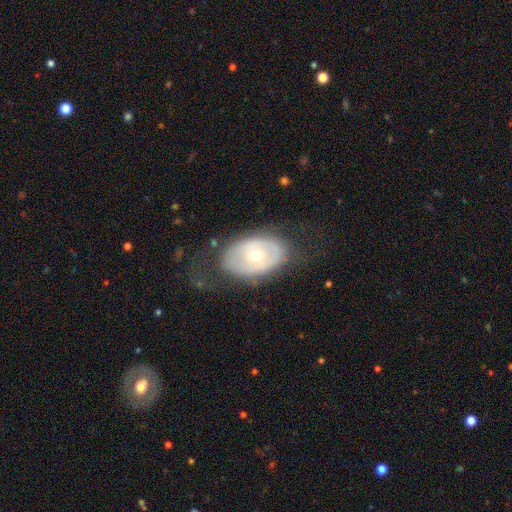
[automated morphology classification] A featured or disk galaxy (53%). Merging: none (65%).